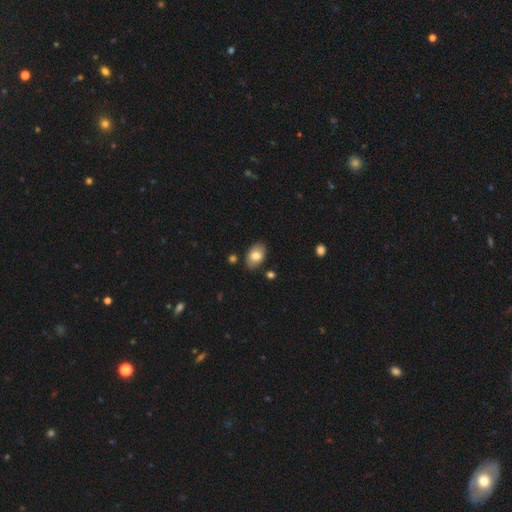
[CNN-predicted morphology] A smooth galaxy with no disk features (79%) that is in between round and cigar-shaped (90%).

Vote fractions:
- Smooth or featured? smooth: 79% / featured or disk: 14% / star or artifact: 7%
- How rounded? in between: 90% / round: 9% / cigar-shaped: 1%
- Merging? none: 85% / minor disturbance: 11% / merger: 2% / major disturbance: 2%